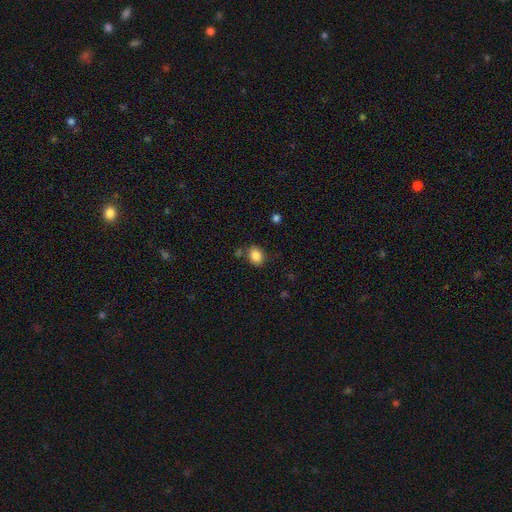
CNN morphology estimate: Q: Smooth or featured?
A: smooth (85%); runner-up: star or artifact (10%)
Q: How rounded?
A: in between (51%); runner-up: round (48%)
Q: Merging?
A: none (77%); runner-up: minor disturbance (13%)